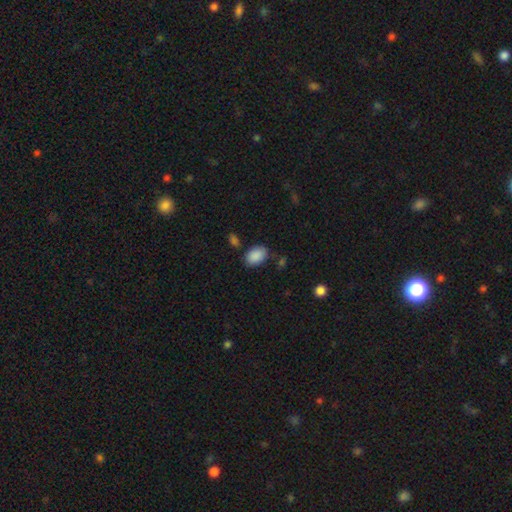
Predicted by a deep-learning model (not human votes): smooth-or-featured: smooth: 89% | star or artifact: 7% | featured or disk: 4%
  how-rounded: in between: 85% | round: 14% | cigar-shaped: 1%
  merging: none: 76% | minor disturbance: 15% | merger: 5% | major disturbance: 4%